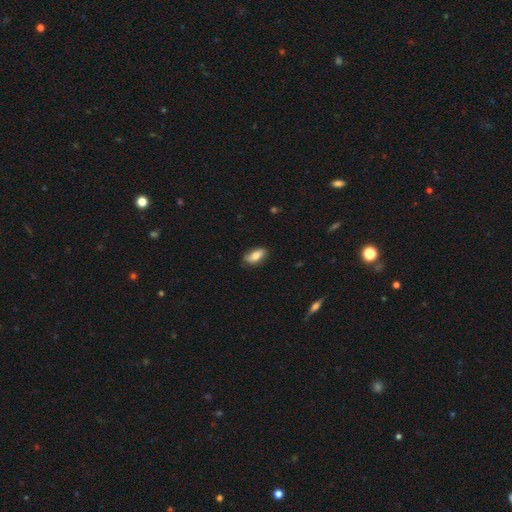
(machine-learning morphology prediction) type=smooth (74%); roundness=in between (85%); merging=none (81%).